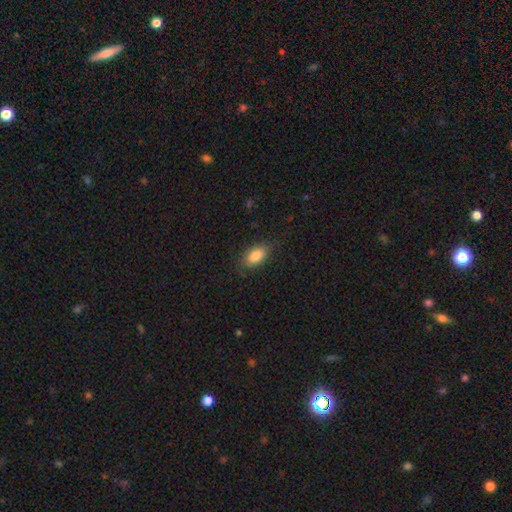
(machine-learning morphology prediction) Smooth or featured: smooth — 83% (featured or disk — 10%)
How rounded: in between — 89% (cigar-shaped — 6%)
Merging: none — 79% (minor disturbance — 16%)